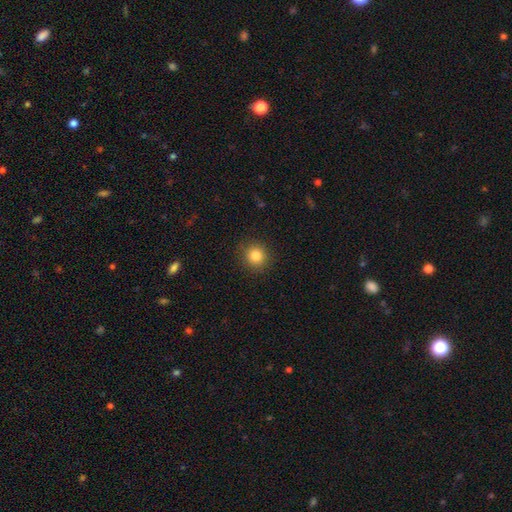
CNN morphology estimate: Smooth or featured? smooth (84%)
How rounded? round (92%)
Merging? none (90%)